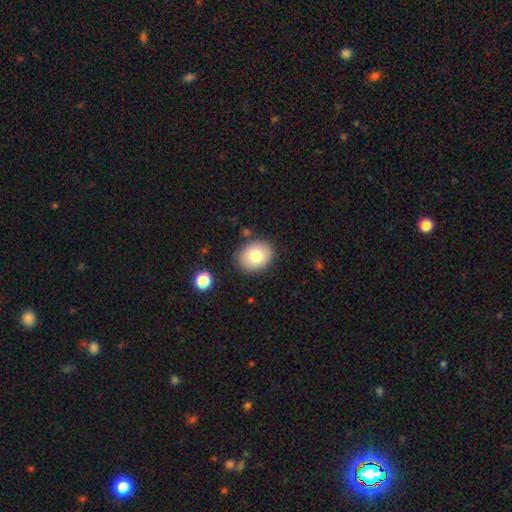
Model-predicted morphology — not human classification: The model was most divided on "how rounded": round: 59%, in between: 40%, cigar-shaped: 1%. More confident: merging — none (85%); smooth or featured — smooth (78%).